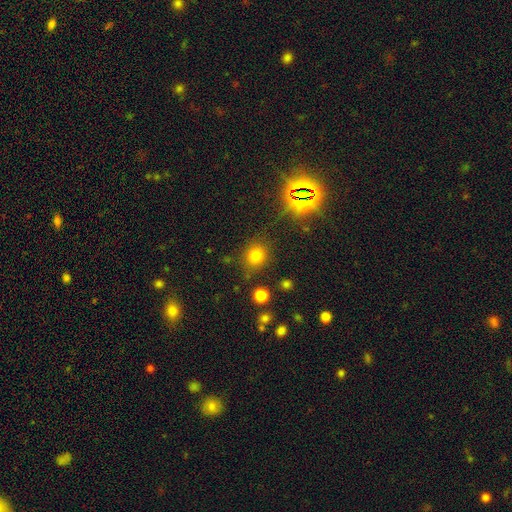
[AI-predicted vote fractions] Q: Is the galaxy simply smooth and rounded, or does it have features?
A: smooth — 74%.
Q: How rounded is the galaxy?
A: round — 81%.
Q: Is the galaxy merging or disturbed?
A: none — 81%.